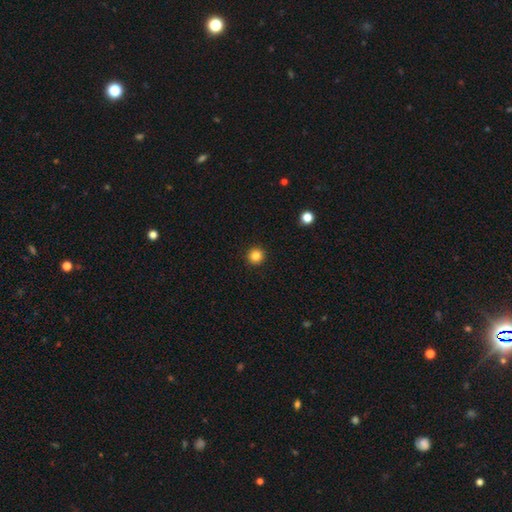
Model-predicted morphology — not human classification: Smooth or featured? Predicted: smooth (p=0.84). How rounded? Predicted: round (p=0.95). Merging? Predicted: none (p=0.93).